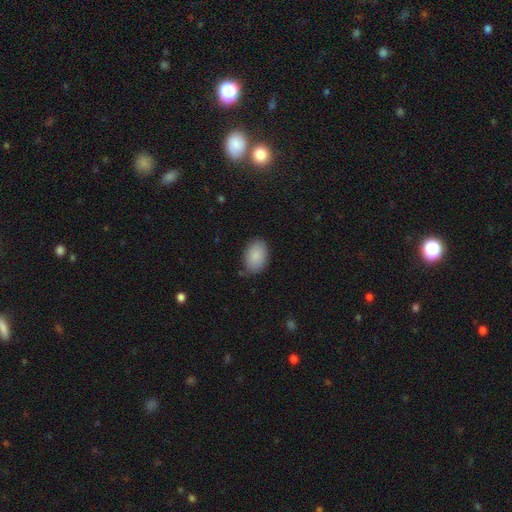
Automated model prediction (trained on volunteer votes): Smooth or featured? Predicted: smooth (p=0.88). How rounded? Predicted: in between (p=0.88). Merging? Predicted: none (p=0.79).